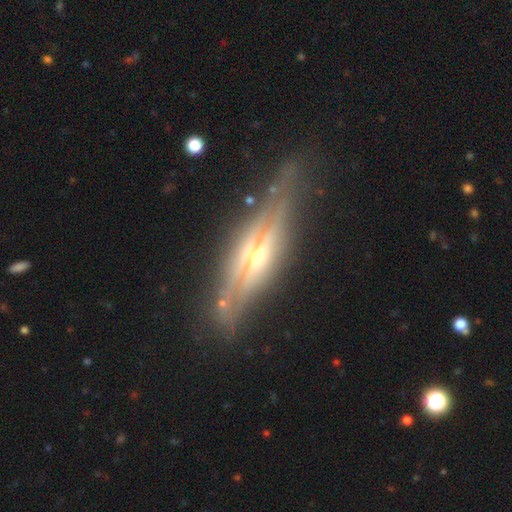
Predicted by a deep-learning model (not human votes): Overall: featured or disk (86%). Edge-on disk: yes (91%). Edge-on bulge: rounded (83%). Merging: none (78%).